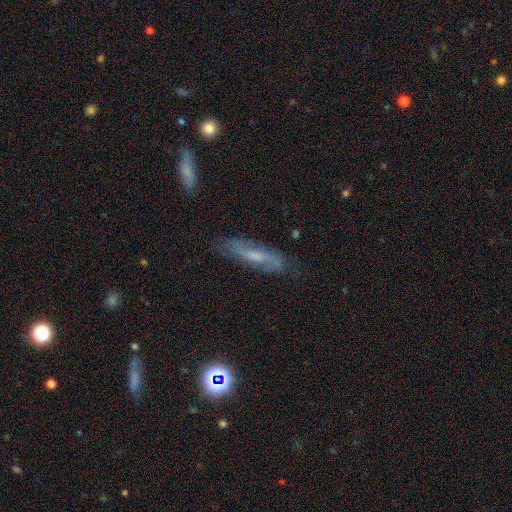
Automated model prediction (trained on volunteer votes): A featured or disk galaxy (64%). Merging: none (74%).